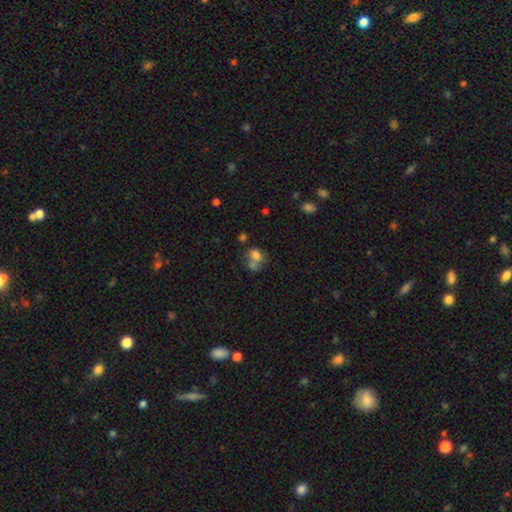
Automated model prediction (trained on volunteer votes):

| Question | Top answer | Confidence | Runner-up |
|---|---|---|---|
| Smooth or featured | smooth | 71% | featured or disk (16%) |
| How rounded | in between | 58% | round (41%) |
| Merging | merger | 52% | none (28%) |